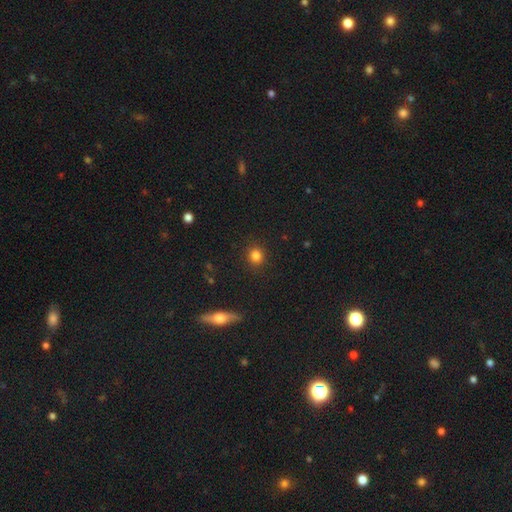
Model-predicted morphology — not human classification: smooth_or_featured: smooth (p=0.83) [alt: star or artifact p=0.12]
how_rounded: round (p=0.85) [alt: in between p=0.13]
merging: none (p=0.90) [alt: minor disturbance p=0.06]